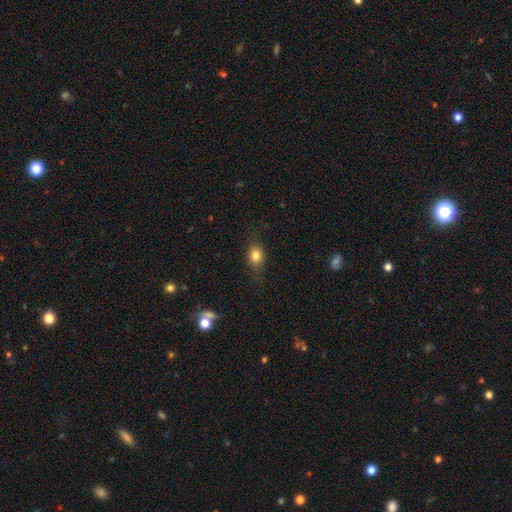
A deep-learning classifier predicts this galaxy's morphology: type=smooth (79%); roundness=in between (49%); merging=none (74%).